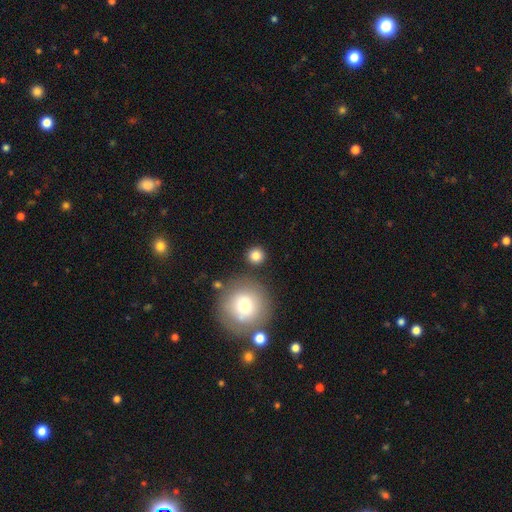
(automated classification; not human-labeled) Smooth or featured: smooth — 84% (star or artifact — 11%)
How rounded: round — 93% (in between — 6%)
Merging: none — 85% (minor disturbance — 7%)